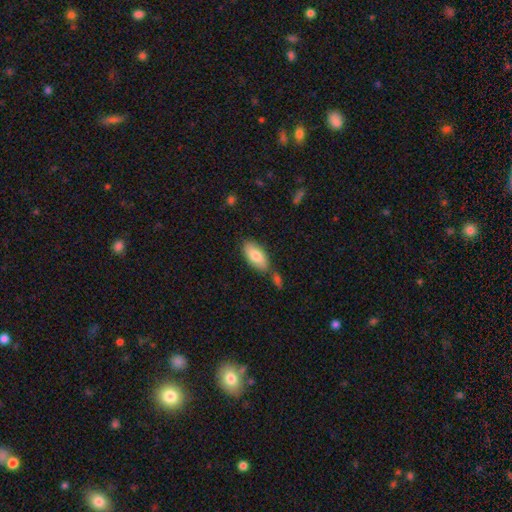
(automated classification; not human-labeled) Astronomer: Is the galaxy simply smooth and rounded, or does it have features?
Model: smooth — 80%.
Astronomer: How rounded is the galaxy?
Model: in between — 90%.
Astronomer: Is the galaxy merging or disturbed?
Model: none — 70%.